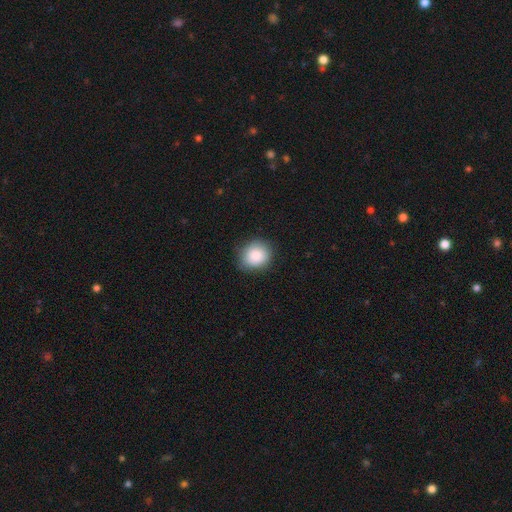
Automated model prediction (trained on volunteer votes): This is clearly a smooth galaxy (86%). How rounded: likely round (76%). Merging: clearly none (80%).